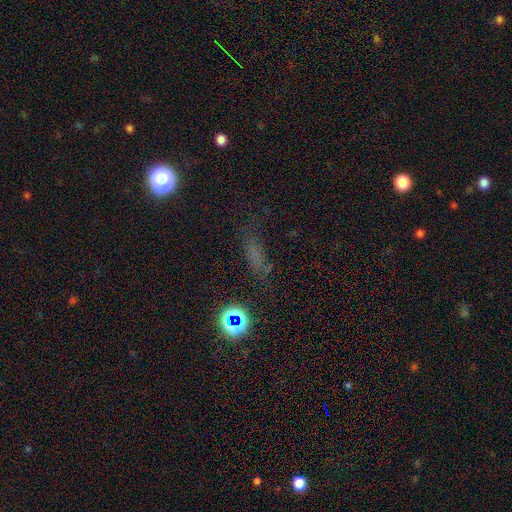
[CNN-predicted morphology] type=smooth (48%); merging=none (66%).